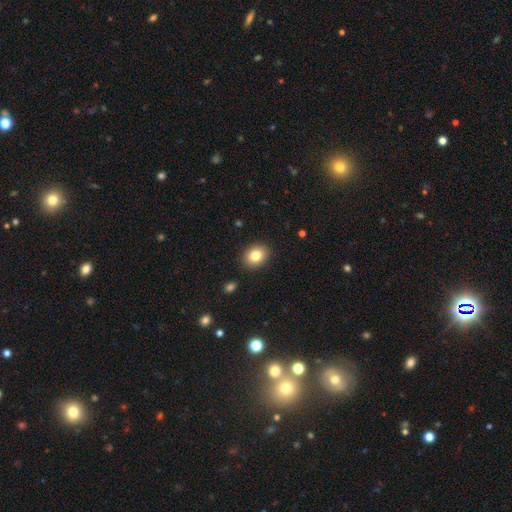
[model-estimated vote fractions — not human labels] smooth-or-featured: smooth: 82% | star or artifact: 9% | featured or disk: 9%
  how-rounded: in between: 53% | round: 46% | cigar-shaped: 1%
  merging: none: 89% | minor disturbance: 7% | major disturbance: 2% | merger: 1%